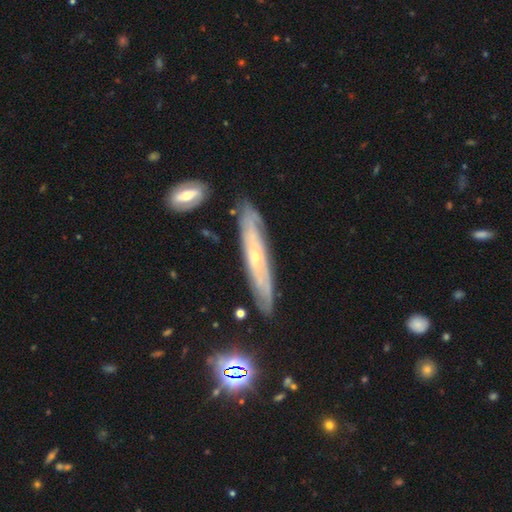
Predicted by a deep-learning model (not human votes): A featured or disk galaxy (71%) viewed edge-on (55%).

Vote fractions:
- Smooth or featured? featured or disk: 71% / smooth: 21% / star or artifact: 8%
- Edge-on disk? yes: 55% / no: 45%
- Merging? none: 82% / minor disturbance: 13% / merger: 3% / major disturbance: 2%